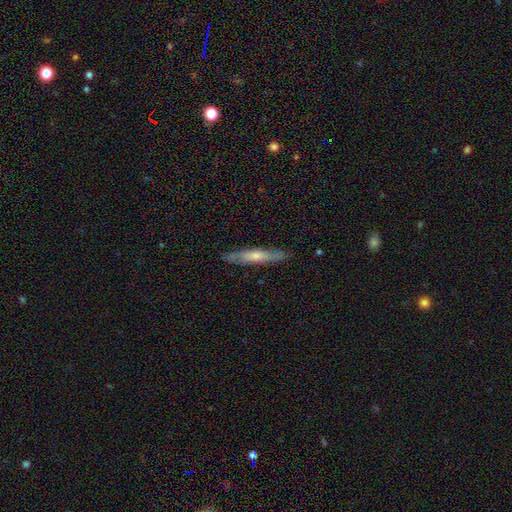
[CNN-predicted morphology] smooth_or_featured: featured or disk (p=0.53) [alt: smooth p=0.41]
disk_edge_on: yes (p=0.85) [alt: no p=0.15]
merging: none (p=0.88) [alt: minor disturbance p=0.10]